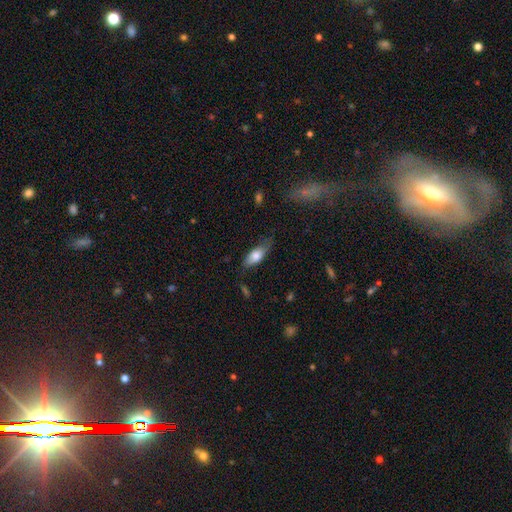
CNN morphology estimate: Smooth or featured? smooth (73%)
How rounded? in between (75%)
Merging? none (57%)